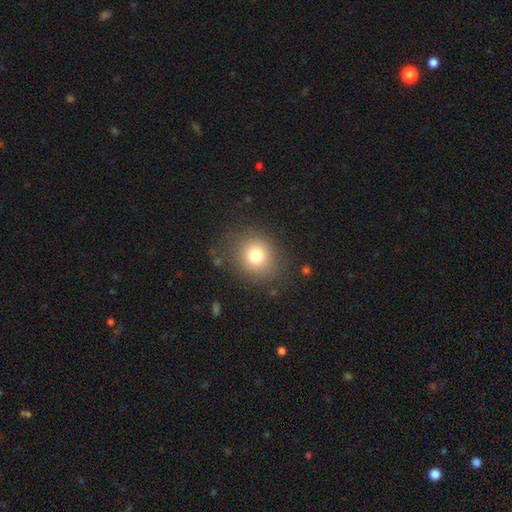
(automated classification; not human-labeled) A smooth galaxy with no disk features (76%) that is round (79%). Merging: none (83%).